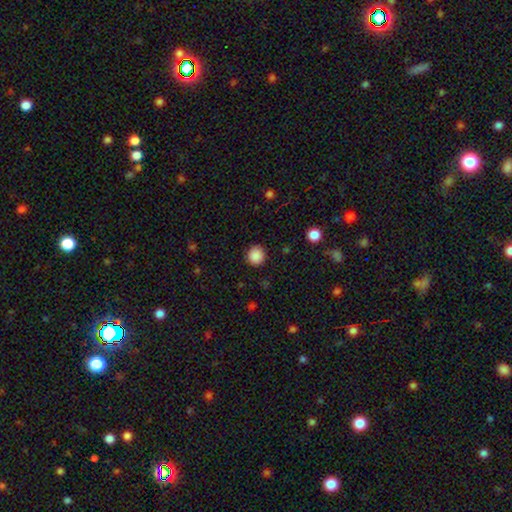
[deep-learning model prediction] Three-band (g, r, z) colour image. It shows a smooth galaxy with no disk features (88%) that is round (93%). Merging: none (90%).